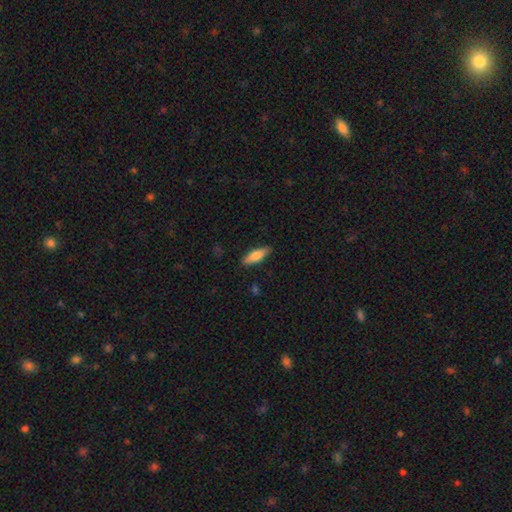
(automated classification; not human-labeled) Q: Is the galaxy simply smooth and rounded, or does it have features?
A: smooth — 77%.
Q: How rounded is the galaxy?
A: in between — 53%.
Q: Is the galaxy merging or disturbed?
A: none — 85%.